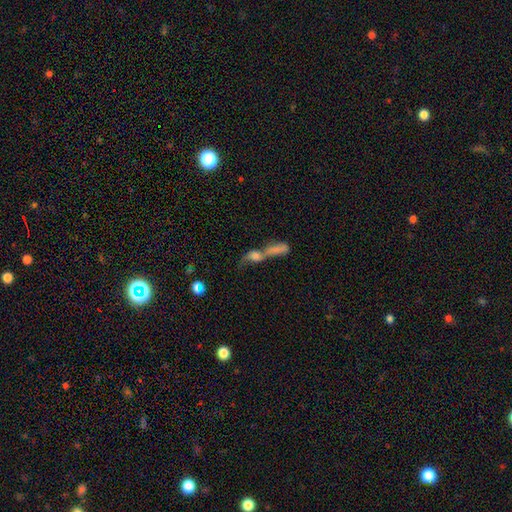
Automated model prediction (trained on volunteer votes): Smooth or featured? Predicted: smooth (p=0.45). Merging? Predicted: merger (p=0.65).